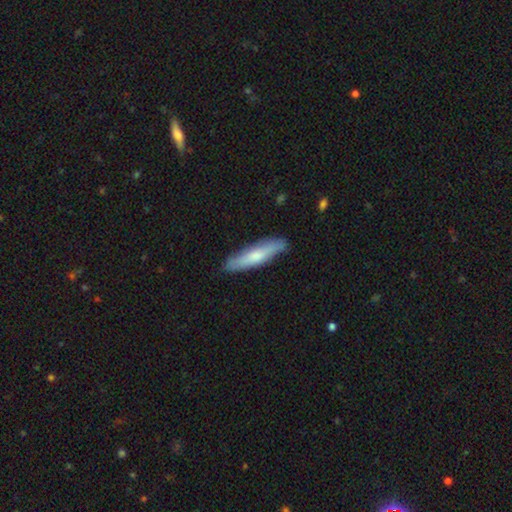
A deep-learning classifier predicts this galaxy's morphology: Q: Smooth or featured?
A: smooth (64%); runner-up: featured or disk (31%)
Q: How rounded?
A: cigar-shaped (81%); runner-up: in between (18%)
Q: Merging?
A: none (84%); runner-up: minor disturbance (13%)